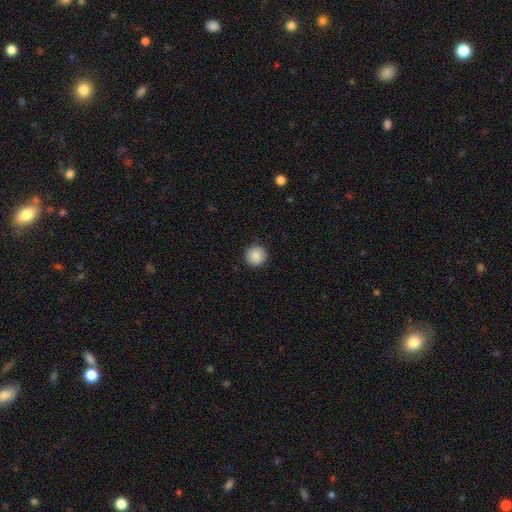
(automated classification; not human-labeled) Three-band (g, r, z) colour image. It shows a smooth galaxy with no disk features (88%) that is round (95%). Merging: none (92%).